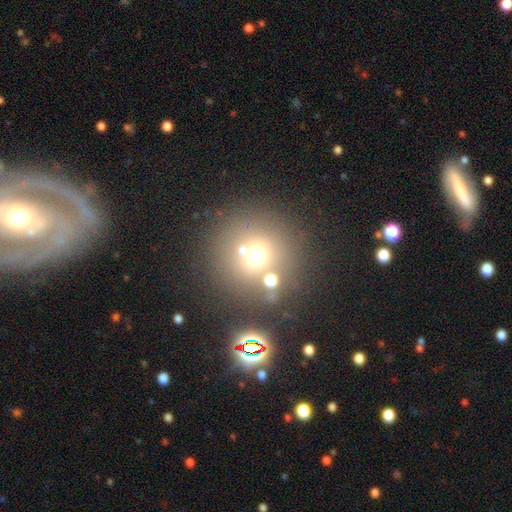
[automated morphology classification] The model was most divided on "smooth or featured": smooth: 61%, star or artifact: 24%, featured or disk: 15%. More confident: how rounded — round (93%); merging — none (71%).